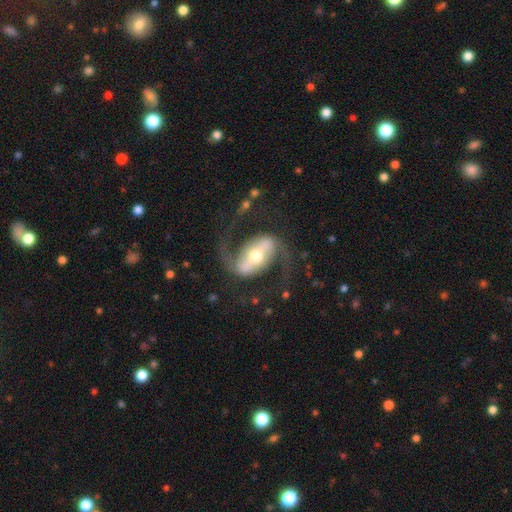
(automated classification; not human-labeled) Overall: featured or disk (90%). Edge-on disk: no (96%). Bar: strong (64%). Spiral arms: yes (96%). Spiral arm count: 2 (94%). Spiral winding: medium (48%; loose 43%). Bulge size: moderate (65%). Merging: none (75%).